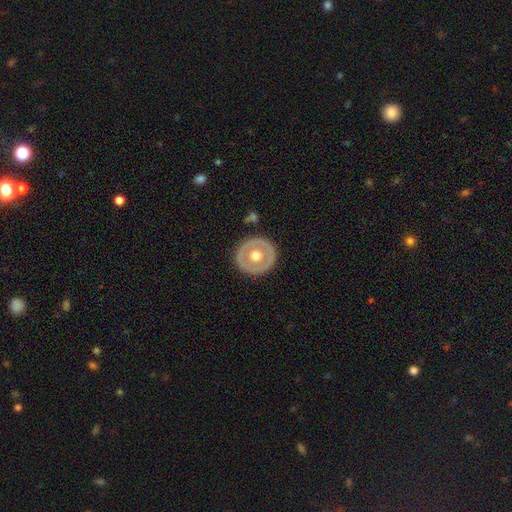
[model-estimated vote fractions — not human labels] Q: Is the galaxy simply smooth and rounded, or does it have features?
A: featured or disk — 54%.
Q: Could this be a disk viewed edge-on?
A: no — 93%.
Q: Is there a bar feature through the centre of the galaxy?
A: no — 92%.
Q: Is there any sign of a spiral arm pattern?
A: no — 95%.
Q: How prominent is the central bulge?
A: moderate — 71%.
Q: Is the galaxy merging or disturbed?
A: none — 87%.